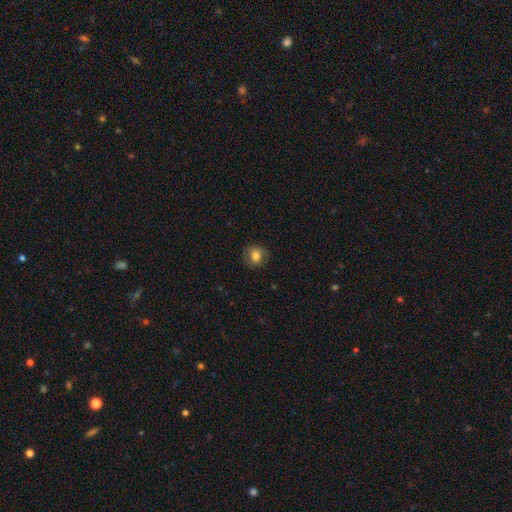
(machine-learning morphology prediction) A smooth galaxy with no disk features (78%) that is round (80%). Merging: none (83%).